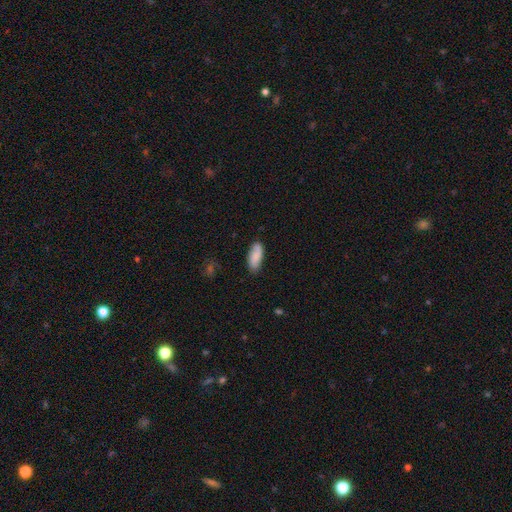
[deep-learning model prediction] Smooth or featured?
  - smooth: 81% *
  - featured or disk: 12%
  - star or artifact: 6%
How rounded?
  - in between: 77% *
  - cigar-shaped: 21%
  - round: 2%
Merging?
  - none: 78% *
  - minor disturbance: 17%
  - major disturbance: 3%
  - merger: 2%